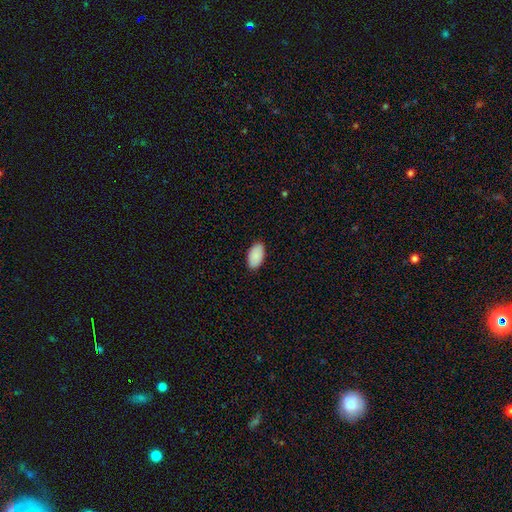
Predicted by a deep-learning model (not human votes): A smooth galaxy with no disk features (91%) that is in between round and cigar-shaped (96%). Merging: none (88%).